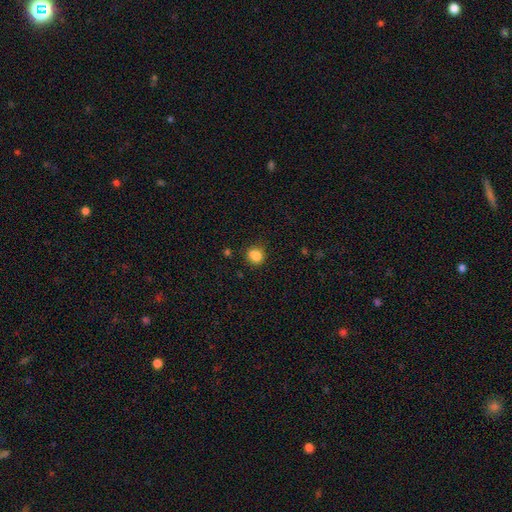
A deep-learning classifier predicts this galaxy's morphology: smooth-or-featured: smooth: 84% | star or artifact: 11% | featured or disk: 5%
  how-rounded: round: 79% | in between: 21% | cigar-shaped: 1%
  merging: none: 74% | minor disturbance: 18% | major disturbance: 4% | merger: 4%